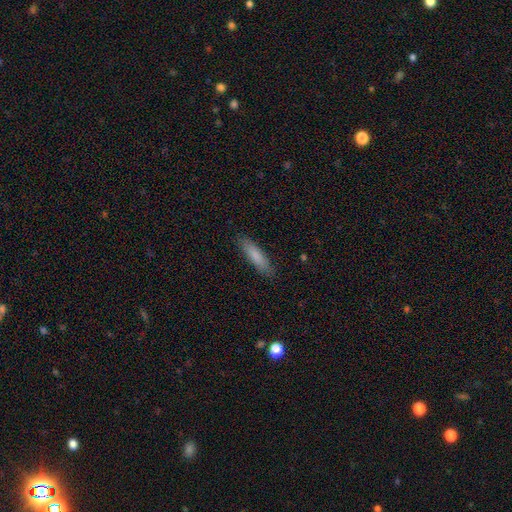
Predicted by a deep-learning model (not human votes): Smooth or featured? Predicted: smooth (p=0.83). How rounded? Predicted: cigar-shaped (p=0.74). Merging? Predicted: none (p=0.87).